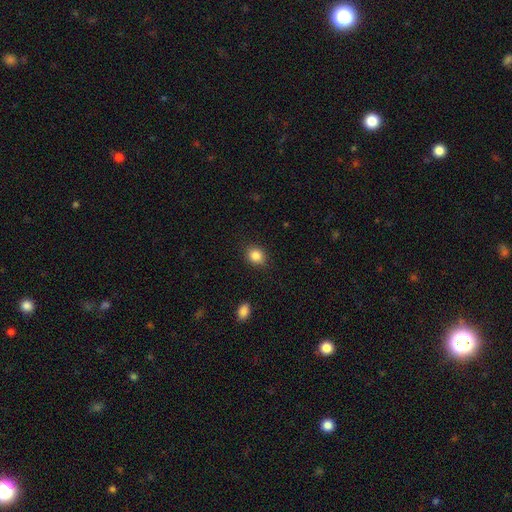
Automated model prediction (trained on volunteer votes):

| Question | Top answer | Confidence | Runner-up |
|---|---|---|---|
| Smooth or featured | smooth | 85% | star or artifact (10%) |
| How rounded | round | 60% | in between (39%) |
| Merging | none | 87% | minor disturbance (9%) |